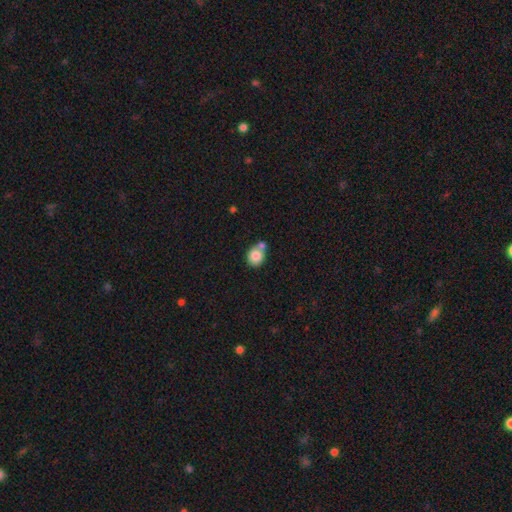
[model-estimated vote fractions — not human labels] This appears to be a smooth galaxy with no disk features (83%) that is round (71%). Merging: none (47%).